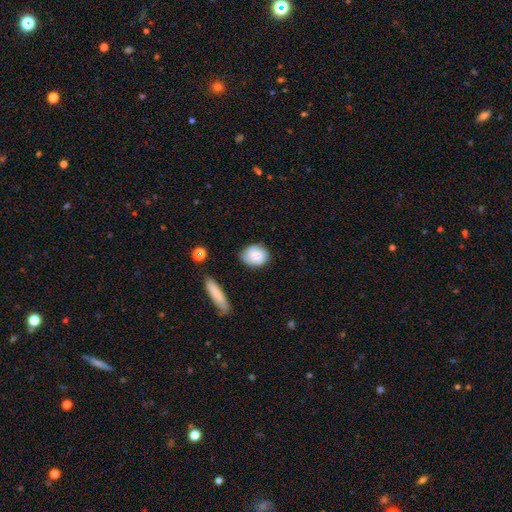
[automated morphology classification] Q: Smooth or featured?
A: smooth (61%); runner-up: featured or disk (31%)
Q: How rounded?
A: round (57%); runner-up: in between (42%)
Q: Merging?
A: none (74%); runner-up: minor disturbance (19%)